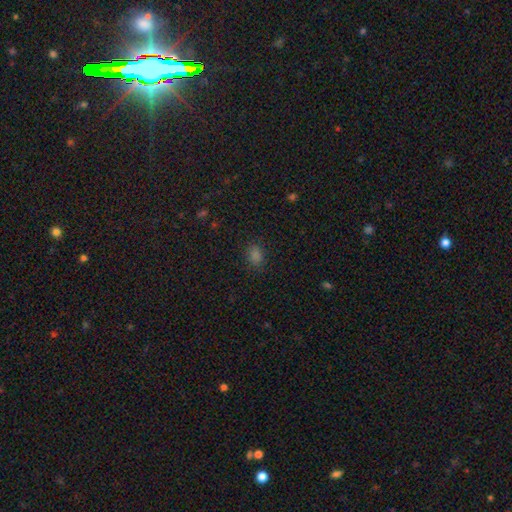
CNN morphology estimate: A smooth galaxy with no disk features (77%) that is in between round and cigar-shaped (70%). Merging: none (85%).